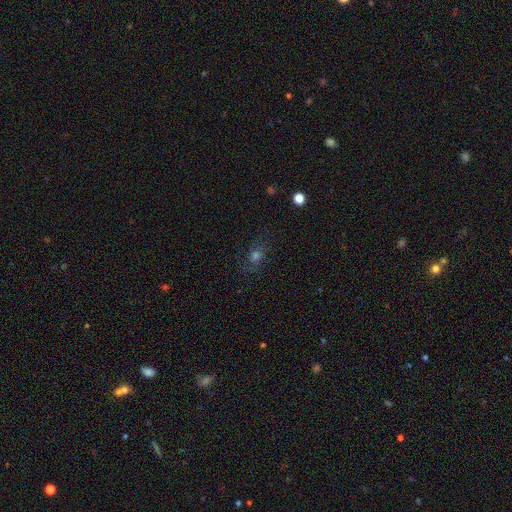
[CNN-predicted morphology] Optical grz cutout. It shows a smooth galaxy with no disk features (45%). Merging: none (74%).